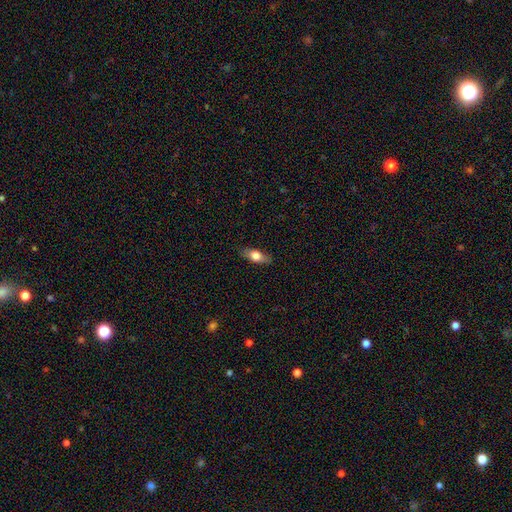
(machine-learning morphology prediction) This is likely a smooth galaxy (70%). How rounded: likely in between (75%). Merging: clearly none (85%).